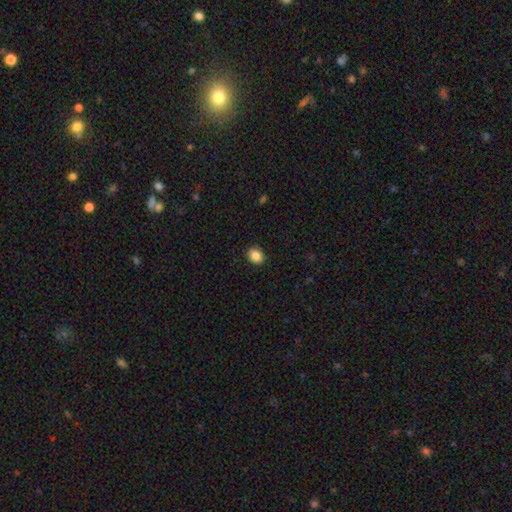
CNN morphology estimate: Overall: smooth (87%). How rounded: round (54%; in between 45%). Merging: none (90%).